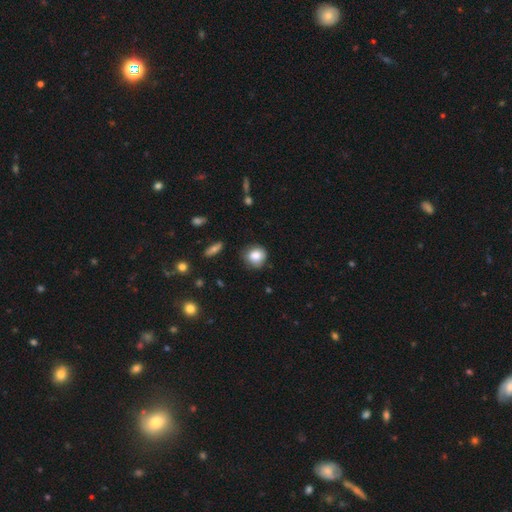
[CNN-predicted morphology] This appears to be a smooth galaxy with no disk features (83%) that is round (79%). Merging: none (71%).